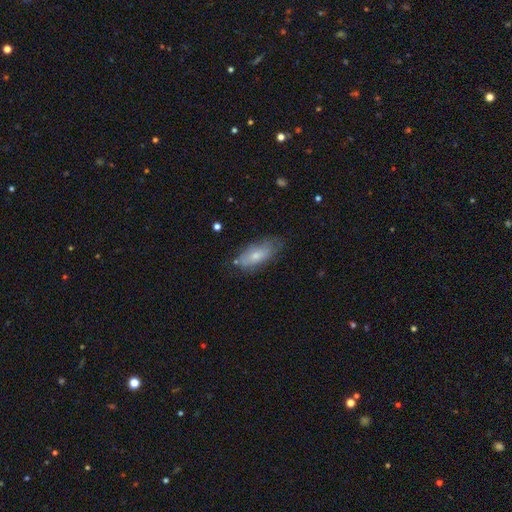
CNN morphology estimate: Smooth or featured?
  - smooth: 69% *
  - featured or disk: 24%
  - star or artifact: 7%
How rounded?
  - in between: 85% *
  - cigar-shaped: 12%
  - round: 3%
Merging?
  - none: 62% *
  - minor disturbance: 27%
  - major disturbance: 8%
  - merger: 3%